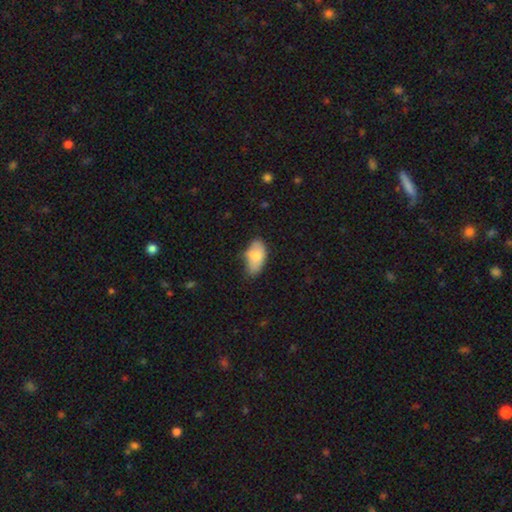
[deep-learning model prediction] smooth_or_featured: smooth (p=0.75) [alt: featured or disk p=0.17]
how_rounded: in between (p=0.93) [alt: round p=0.05]
merging: none (p=0.44) [alt: minor disturbance p=0.39]